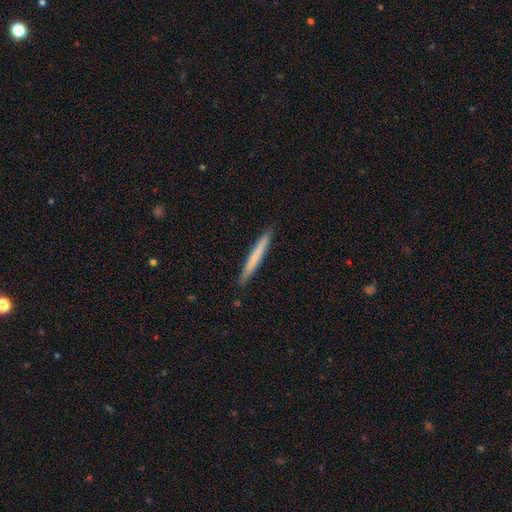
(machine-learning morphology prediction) smooth 66%, featured or disk 29%, star or artifact 5%. Down the decision tree: how rounded — cigar-shaped (97%); merging — none (91%).